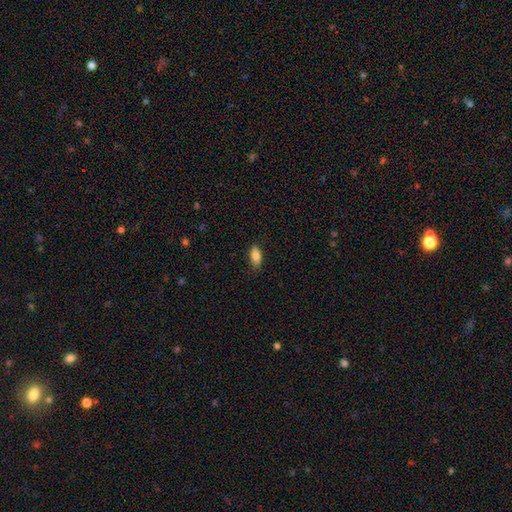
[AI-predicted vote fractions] Morphology: type=smooth (85%); roundness=in between (89%); merging=none (82%).